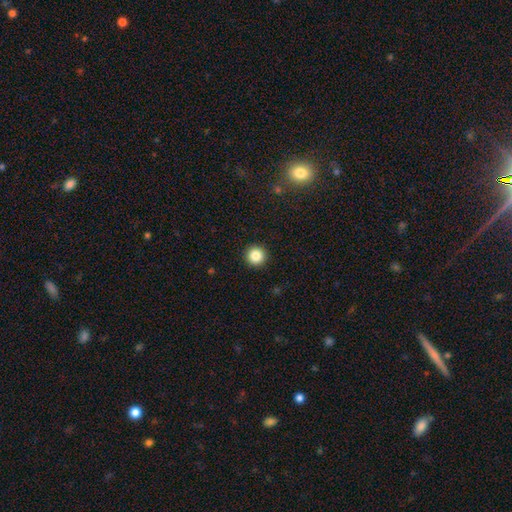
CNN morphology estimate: Smooth or featured: smooth — 86% (star or artifact — 10%)
How rounded: round — 96% (in between — 3%)
Merging: none — 94% (minor disturbance — 4%)